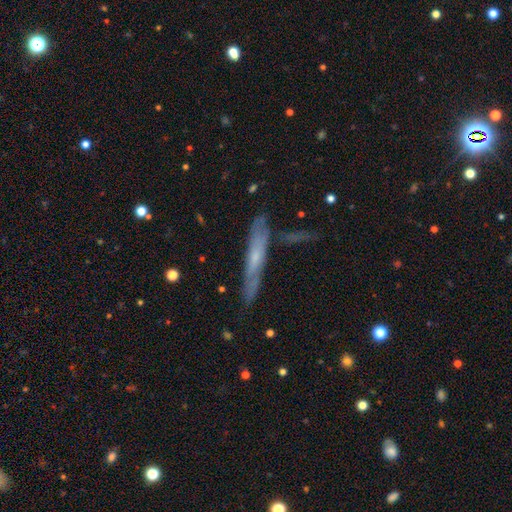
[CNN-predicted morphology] Q: Smooth or featured?
A: featured or disk (54%); runner-up: smooth (40%)
Q: Edge-on disk?
A: yes (78%); runner-up: no (22%)
Q: Merging?
A: none (73%); runner-up: minor disturbance (17%)